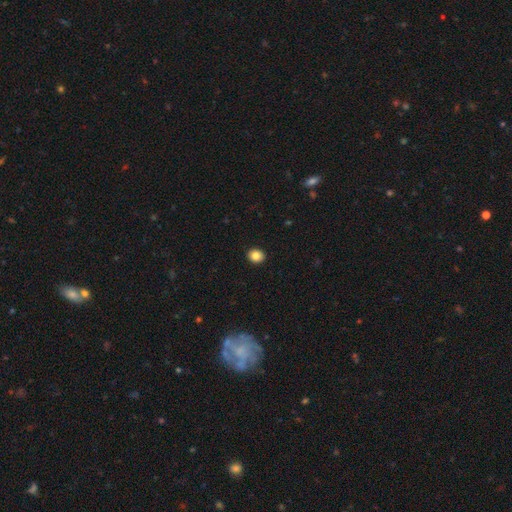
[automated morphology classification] This appears to be a smooth galaxy with no disk features (84%) that is round (65%). Merging: none (92%).